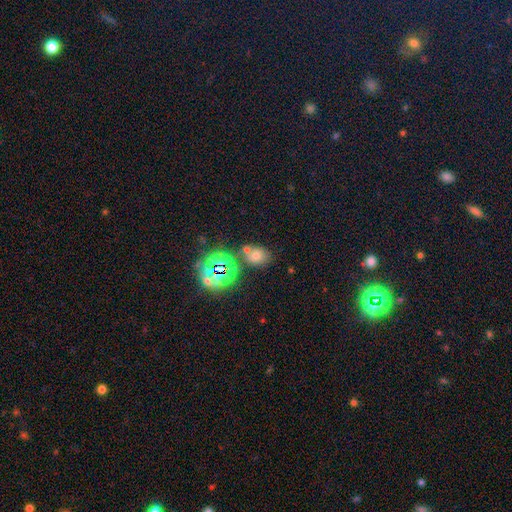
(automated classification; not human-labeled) Q: Smooth or featured?
A: smooth (59%); runner-up: star or artifact (30%)
Q: How rounded?
A: in between (61%); runner-up: round (37%)
Q: Merging?
A: none (64%); runner-up: merger (20%)